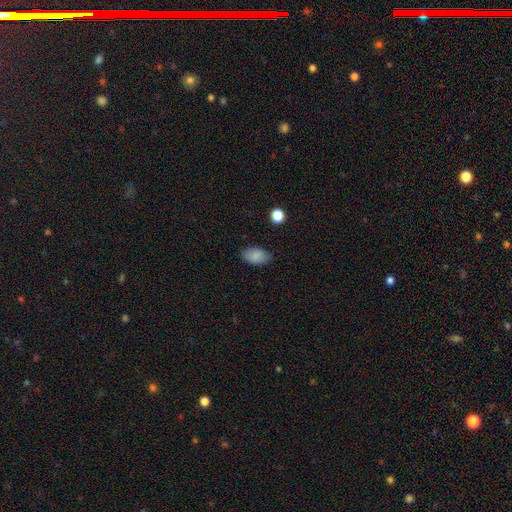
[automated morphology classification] type=smooth (86%); roundness=in between (93%); merging=none (82%).